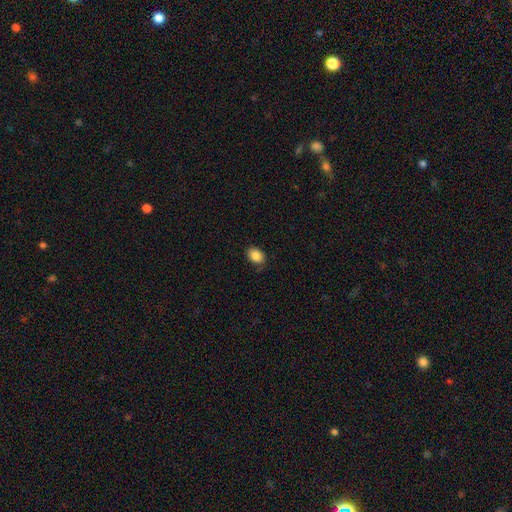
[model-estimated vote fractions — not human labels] smooth_or_featured: smooth (p=0.87) [alt: star or artifact p=0.08]
how_rounded: in between (p=0.73) [alt: round p=0.26]
merging: none (p=0.82) [alt: minor disturbance p=0.14]